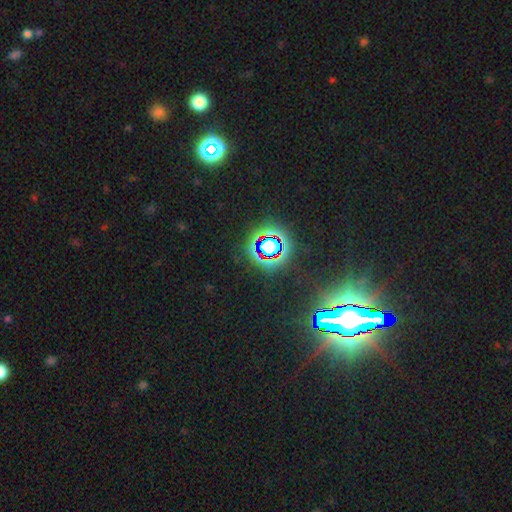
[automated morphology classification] A star or artifact, not a galaxy (77%).

Vote fractions:
- Smooth or featured? star or artifact: 77% / smooth: 12% / featured or disk: 11%